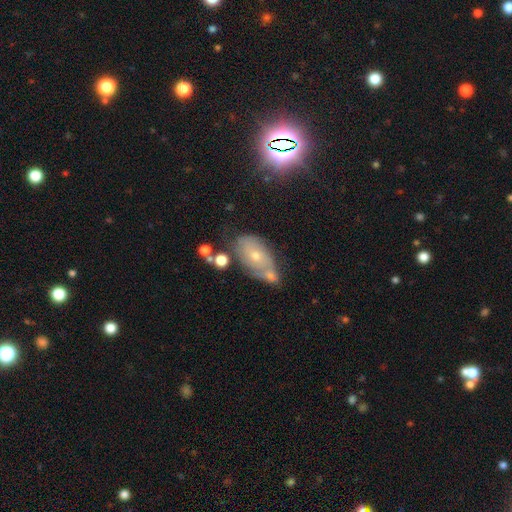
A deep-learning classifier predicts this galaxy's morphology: The model was most divided on "merging": none: 41%, merger: 28%, minor disturbance: 22%, major disturbance: 9%. More confident: edge-on disk — no (92%); smooth or featured — featured or disk (51%).